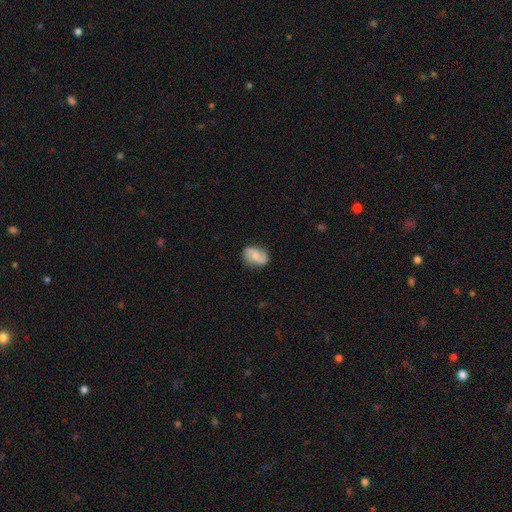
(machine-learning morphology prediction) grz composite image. It shows a featured or disk galaxy (60%) with no bar (49%), 2 (90%) loose (45%) spiral arms (92%) and a small central bulge (42%). Merging: none (79%).